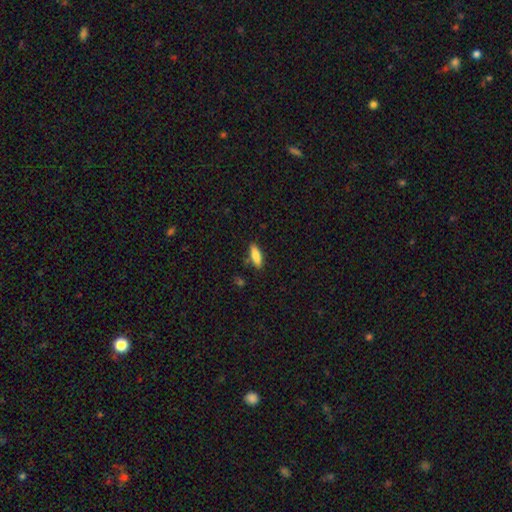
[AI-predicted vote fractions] A smooth galaxy with no disk features (83%) that is in between round and cigar-shaped (53%).

Vote fractions:
- Smooth or featured? smooth: 83% / featured or disk: 10% / star or artifact: 7%
- How rounded? in between: 53% / cigar-shaped: 45% / round: 2%
- Merging? none: 82% / minor disturbance: 13% / major disturbance: 3% / merger: 3%